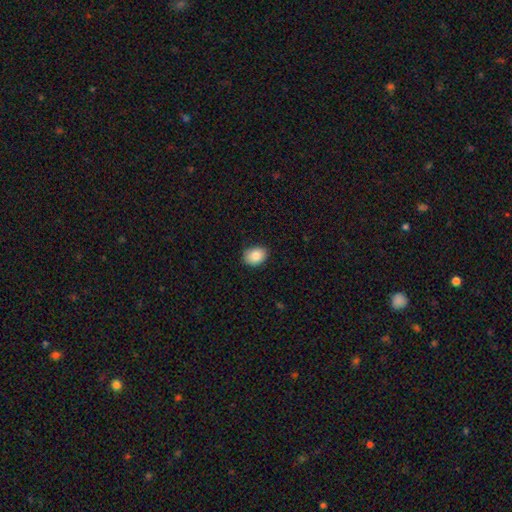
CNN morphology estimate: The model was most divided on "how rounded": in between: 67%, round: 32%, cigar-shaped: 1%. More confident: smooth or featured — smooth (86%); merging — none (86%).